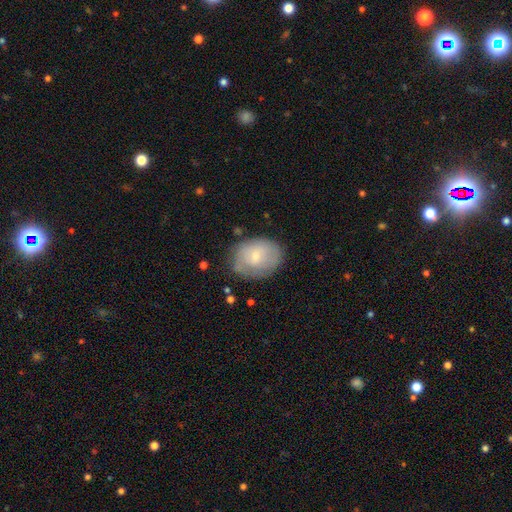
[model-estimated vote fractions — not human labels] Morphology: type=smooth (57%); roundness=in between (57%); merging=none (68%).